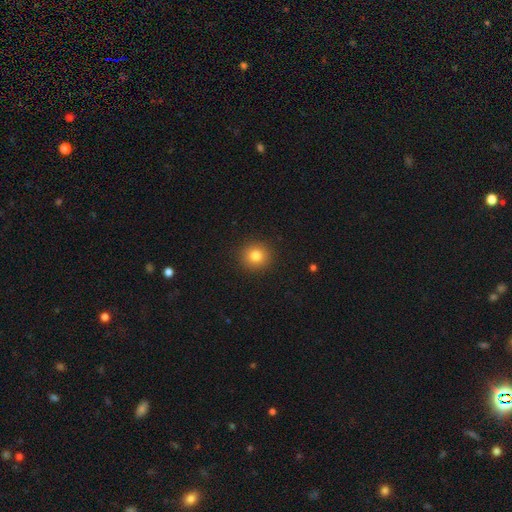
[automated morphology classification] A smooth galaxy with no disk features (81%) that is round (91%).

Vote fractions:
- Smooth or featured? smooth: 81% / star or artifact: 12% / featured or disk: 7%
- How rounded? round: 91% / in between: 8% / cigar-shaped: 1%
- Merging? none: 92% / minor disturbance: 5% / major disturbance: 2% / merger: 1%